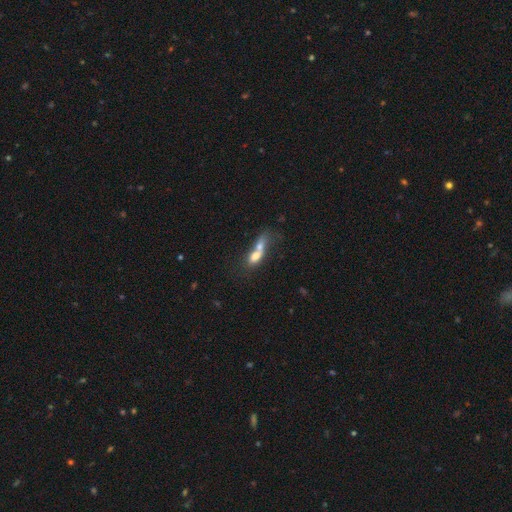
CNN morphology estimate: Smooth or featured? Predicted: smooth (p=0.65). How rounded? Predicted: in between (p=0.62). Merging? Predicted: merger (p=0.69).